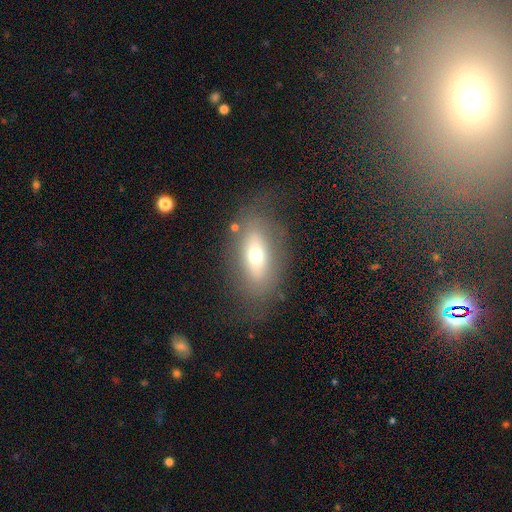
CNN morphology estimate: Overall: smooth (53%; featured or disk 37%). How rounded: in between (81%). Merging: none (69%).